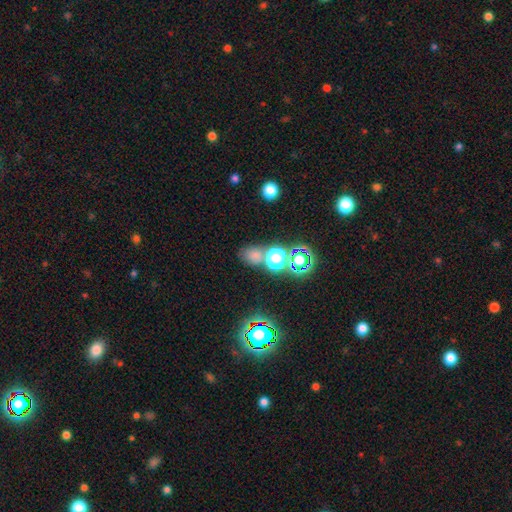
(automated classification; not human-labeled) Morphology: type=smooth (63%); roundness=round (58%); merging=none (53%).